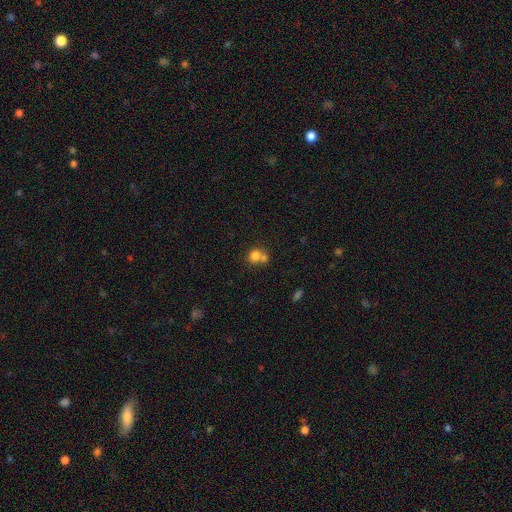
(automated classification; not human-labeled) Morphology: type=smooth (77%); roundness=round (71%); merging=merger (53%).